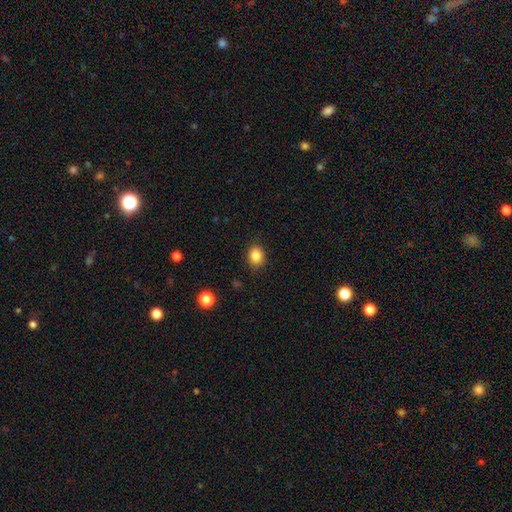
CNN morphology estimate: smooth_or_featured: smooth (p=0.85) [alt: star or artifact p=0.10]
how_rounded: round (p=0.55) [alt: in between p=0.44]
merging: none (p=0.87) [alt: minor disturbance p=0.10]